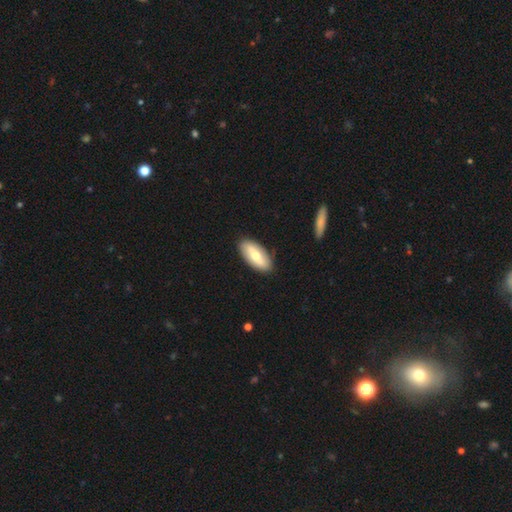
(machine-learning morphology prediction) The model was most divided on "smooth or featured": smooth: 59%, featured or disk: 36%, star or artifact: 5%. More confident: how rounded — in between (87%); merging — none (87%).